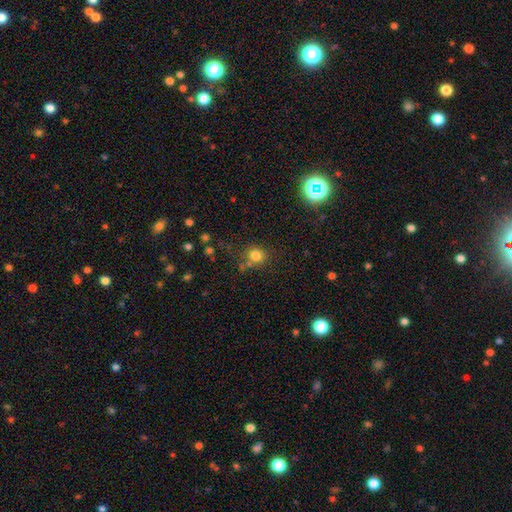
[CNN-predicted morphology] smooth 78%, star or artifact 14%, featured or disk 7%. Down the decision tree: how rounded — round (79%); merging — none (70%).